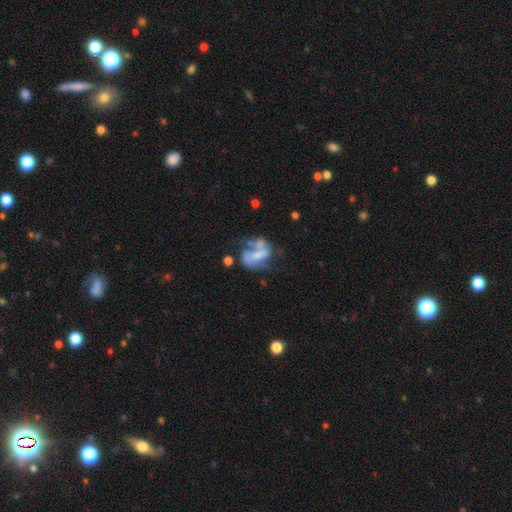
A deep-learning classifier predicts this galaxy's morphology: A featured or disk galaxy (61%) with no bar (44%), spiral arms (53%) and a small central bulge (31%). Merging: major disturbance (31%).